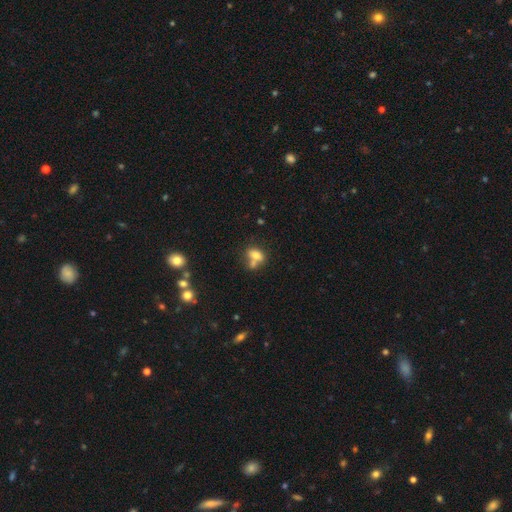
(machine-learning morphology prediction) This appears to be a smooth galaxy with no disk features (74%) that is in between round and cigar-shaped (77%). Merging: merger (45%).